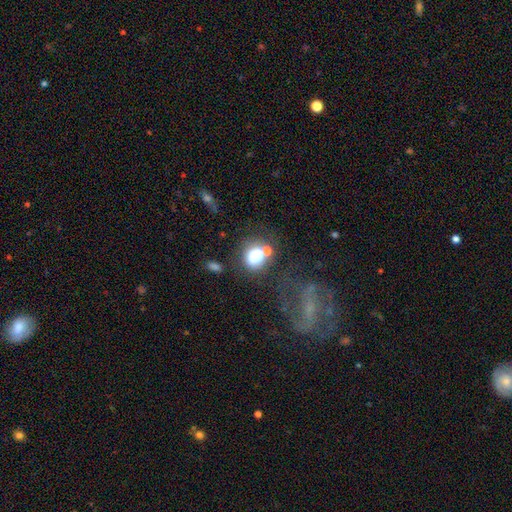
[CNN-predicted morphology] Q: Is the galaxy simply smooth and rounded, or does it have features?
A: smooth — 73%.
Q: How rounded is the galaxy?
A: round — 60%.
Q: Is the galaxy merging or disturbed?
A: none — 40%.